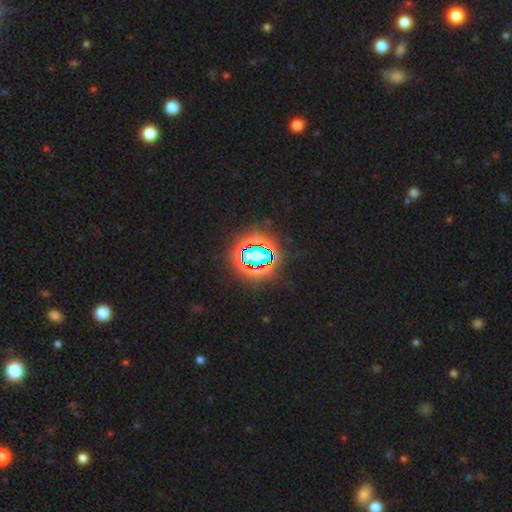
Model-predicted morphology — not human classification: Q: Smooth or featured?
A: star or artifact (74%); runner-up: smooth (15%)